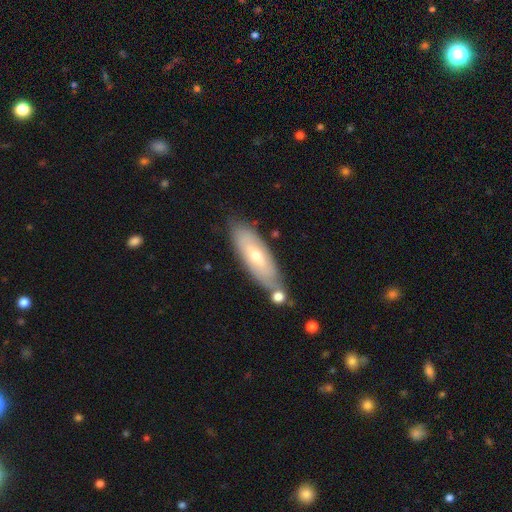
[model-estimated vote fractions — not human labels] Q: Smooth or featured?
A: smooth (54%); runner-up: featured or disk (40%)
Q: How rounded?
A: in between (59%); runner-up: cigar-shaped (39%)
Q: Merging?
A: none (69%); runner-up: minor disturbance (16%)